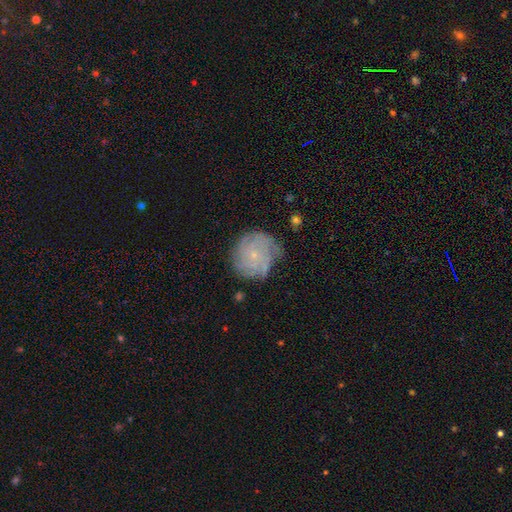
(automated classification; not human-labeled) featured or disk 73%, smooth 17%, star or artifact 10%. Down the decision tree: edge-on disk — no (98%); bar — no (82%); spiral arms — yes (94%); spiral arm count — can't tell (33%); spiral winding — tight (72%); bulge size — small (82%); merging — none (75%).